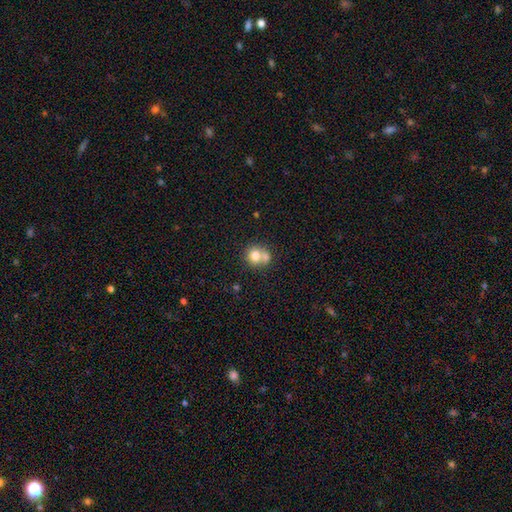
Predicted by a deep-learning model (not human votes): Q: Smooth or featured?
A: smooth (75%); runner-up: featured or disk (15%)
Q: How rounded?
A: round (80%); runner-up: in between (19%)
Q: Merging?
A: merger (51%); runner-up: none (38%)